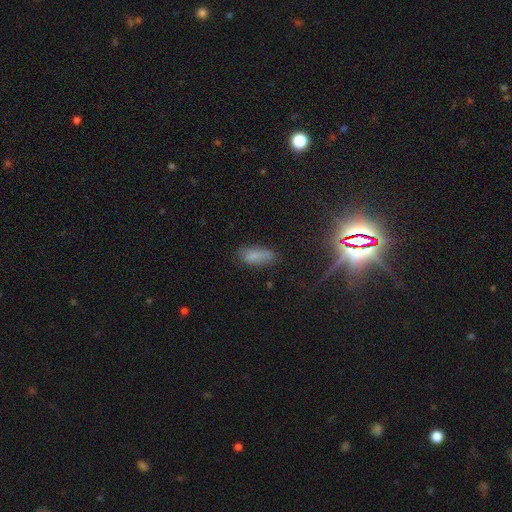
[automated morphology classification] A smooth galaxy with no disk features (70%) that is in between round and cigar-shaped (76%).

Vote fractions:
- Smooth or featured? smooth: 70% / star or artifact: 17% / featured or disk: 13%
- How rounded? in between: 76% / cigar-shaped: 21% / round: 3%
- Merging? none: 66% / minor disturbance: 24% / major disturbance: 8% / merger: 3%